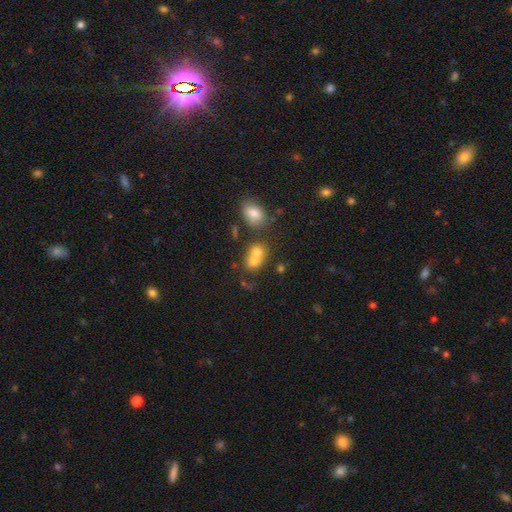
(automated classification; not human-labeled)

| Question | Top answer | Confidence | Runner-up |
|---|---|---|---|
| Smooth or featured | smooth | 71% | featured or disk (16%) |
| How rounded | round | 50% | in between (49%) |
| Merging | merger | 62% | none (26%) |